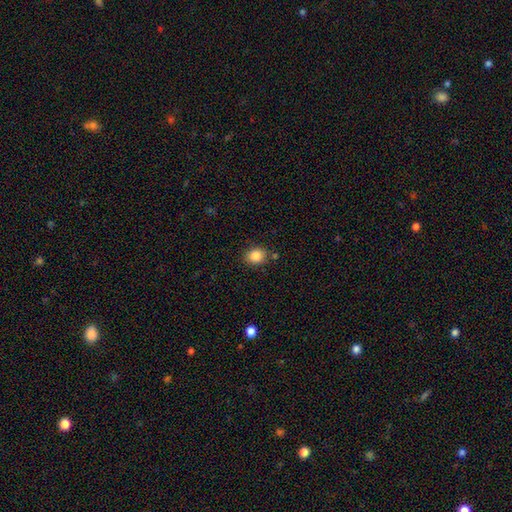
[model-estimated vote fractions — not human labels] smooth_or_featured: smooth (p=0.86) [alt: star or artifact p=0.09]
how_rounded: round (p=0.61) [alt: in between p=0.39]
merging: none (p=0.83) [alt: minor disturbance p=0.10]